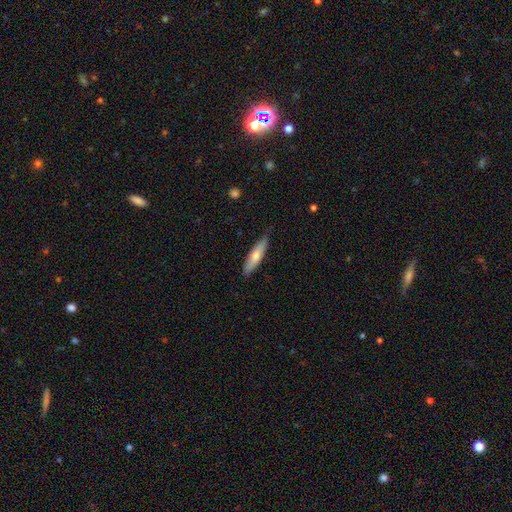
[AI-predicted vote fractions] Smooth or featured? smooth (63%)
How rounded? cigar-shaped (74%)
Merging? none (82%)